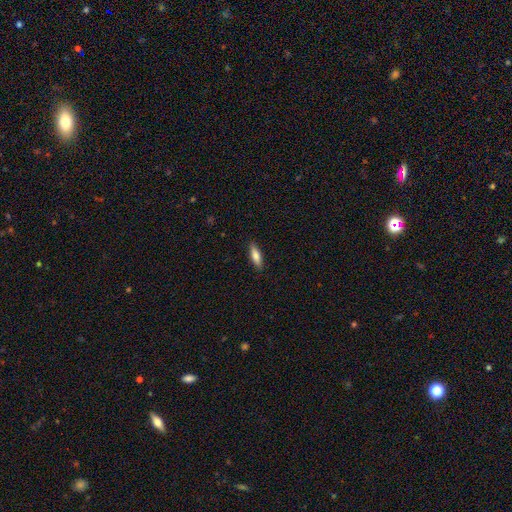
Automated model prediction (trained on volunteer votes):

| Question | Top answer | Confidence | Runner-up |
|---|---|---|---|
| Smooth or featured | smooth | 75% | featured or disk (19%) |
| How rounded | cigar-shaped | 56% | in between (42%) |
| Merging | none | 88% | minor disturbance (9%) |